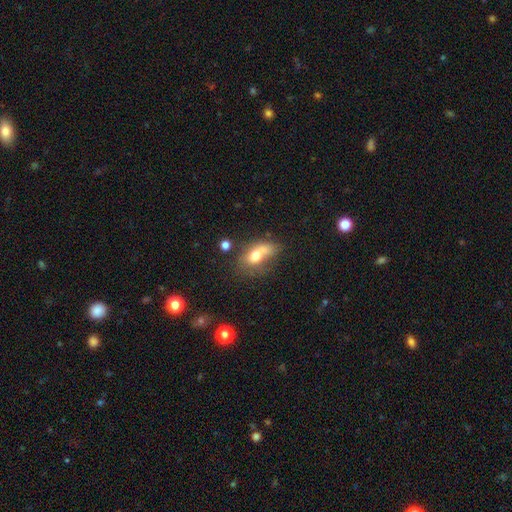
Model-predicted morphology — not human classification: smooth_or_featured: smooth (p=0.66) [alt: featured or disk p=0.23]
how_rounded: in between (p=0.75) [alt: round p=0.19]
merging: merger (p=0.30) [alt: none p=0.28]